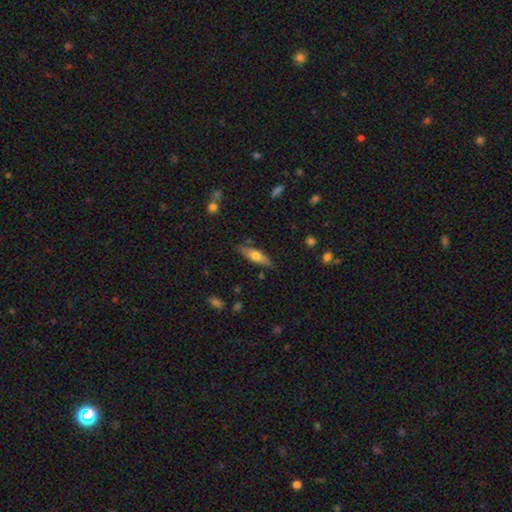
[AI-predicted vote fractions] smooth-or-featured: smooth: 58% | featured or disk: 36% | star or artifact: 6%
  how-rounded: cigar-shaped: 56% | in between: 41% | round: 2%
  merging: none: 81% | minor disturbance: 14% | major disturbance: 3% | merger: 2%